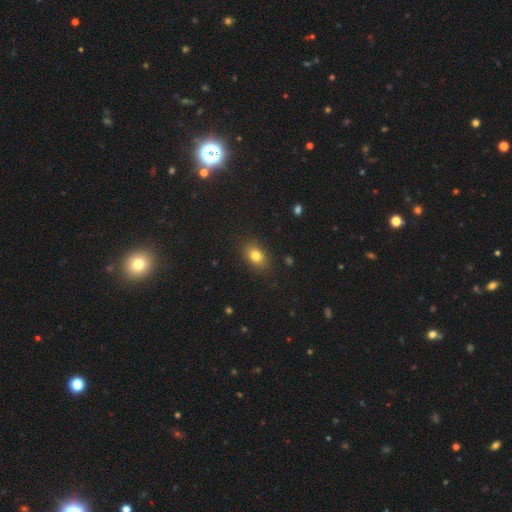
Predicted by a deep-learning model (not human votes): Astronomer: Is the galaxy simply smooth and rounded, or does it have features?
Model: smooth — 80%.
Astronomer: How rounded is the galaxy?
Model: in between — 75%.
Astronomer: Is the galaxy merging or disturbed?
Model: none — 85%.